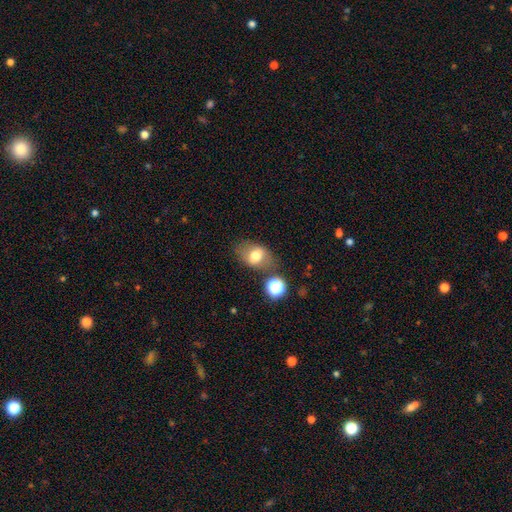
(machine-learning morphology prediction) smooth_or_featured: smooth (p=0.64) [alt: featured or disk p=0.25]
how_rounded: in between (p=0.78) [alt: round p=0.21]
merging: none (p=0.69) [alt: minor disturbance p=0.16]